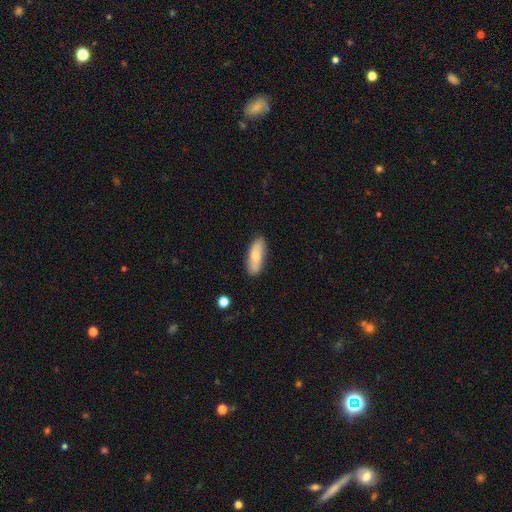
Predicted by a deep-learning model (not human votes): Smooth or featured: smooth — 69% (featured or disk — 24%)
How rounded: in between — 70% (cigar-shaped — 27%)
Merging: none — 83% (minor disturbance — 13%)